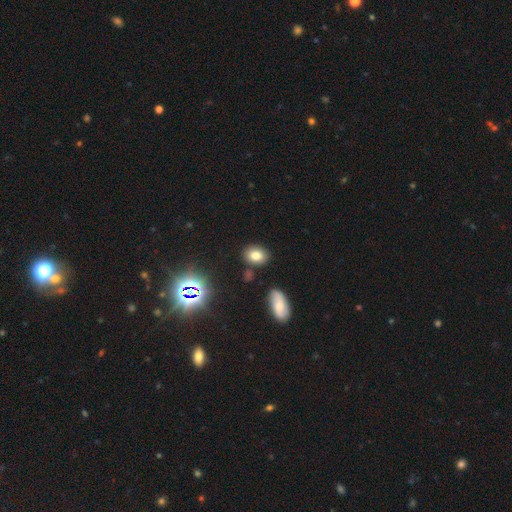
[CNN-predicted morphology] smooth_or_featured: smooth (p=0.76) [alt: star or artifact p=0.14]
how_rounded: in between (p=0.65) [alt: round p=0.34]
merging: none (p=0.81) [alt: minor disturbance p=0.11]